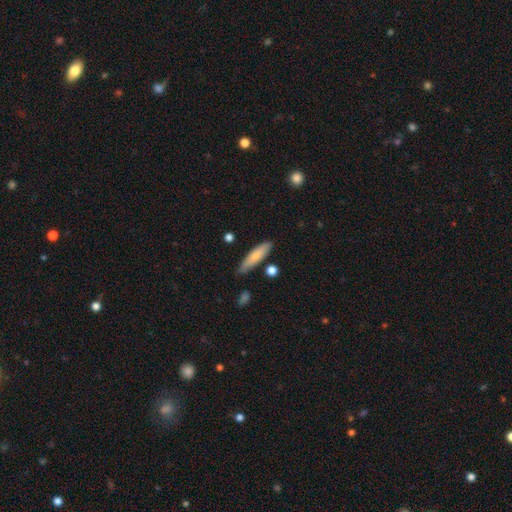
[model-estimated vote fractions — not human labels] Smooth or featured: smooth — 73% (featured or disk — 21%)
How rounded: cigar-shaped — 72% (in between — 26%)
Merging: none — 77% (minor disturbance — 16%)